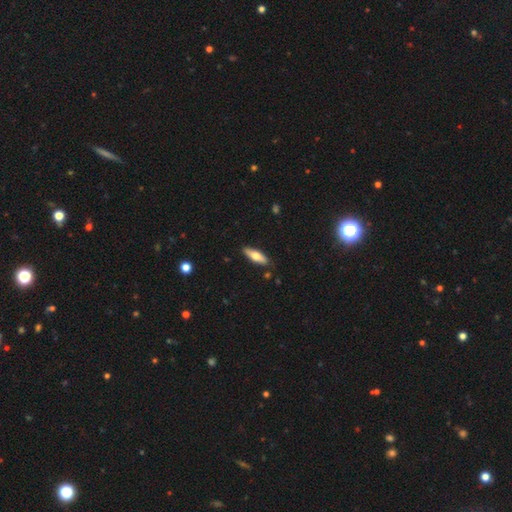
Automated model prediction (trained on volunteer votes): Q: Smooth or featured?
A: smooth (61%); runner-up: featured or disk (33%)
Q: How rounded?
A: in between (53%); runner-up: cigar-shaped (45%)
Q: Merging?
A: none (87%); runner-up: minor disturbance (10%)